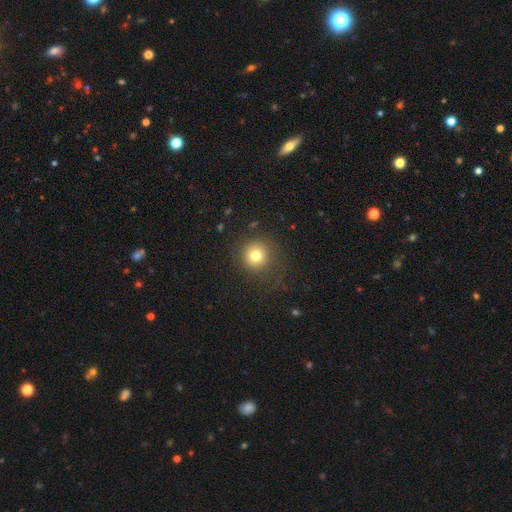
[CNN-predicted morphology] smooth-or-featured: smooth: 77% | star or artifact: 13% | featured or disk: 10%
  how-rounded: round: 94% | in between: 5% | cigar-shaped: 1%
  merging: none: 83% | minor disturbance: 10% | major disturbance: 6% | merger: 1%